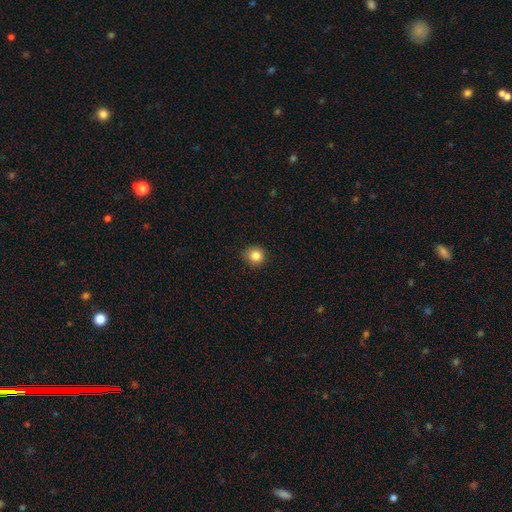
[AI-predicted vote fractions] Smooth or featured? Predicted: smooth (p=0.84). How rounded? Predicted: round (p=0.91). Merging? Predicted: none (p=0.85).